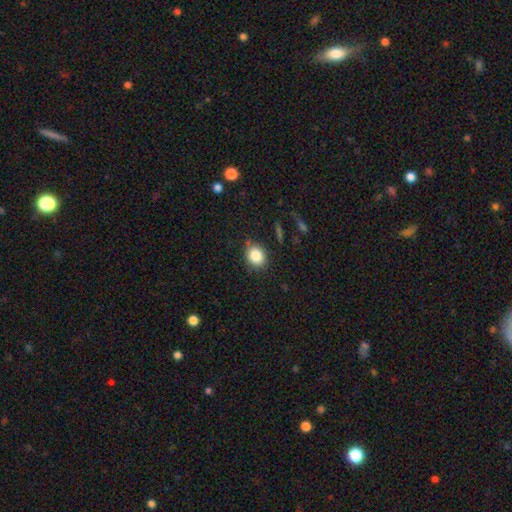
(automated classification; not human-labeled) This appears to be a smooth galaxy with no disk features (84%) that is round (61%). Merging: none (84%).